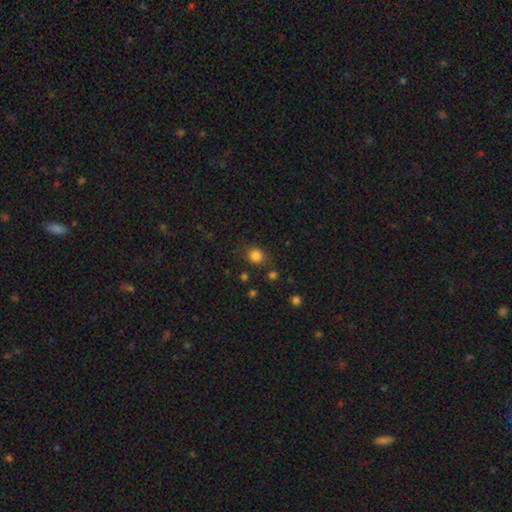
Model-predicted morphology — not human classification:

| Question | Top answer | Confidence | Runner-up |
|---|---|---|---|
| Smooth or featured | smooth | 83% | star or artifact (13%) |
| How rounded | round | 88% | in between (11%) |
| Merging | none | 82% | minor disturbance (11%) |